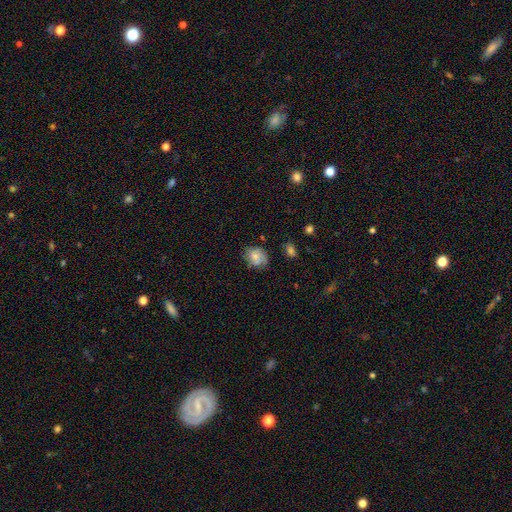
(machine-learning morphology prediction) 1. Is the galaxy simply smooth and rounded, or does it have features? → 73% smooth, 17% featured or disk, 10% star or artifact.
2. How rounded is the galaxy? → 50% in between, 49% round, 1% cigar-shaped.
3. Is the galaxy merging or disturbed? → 64% none, 25% minor disturbance, 6% major disturbance, 5% merger.